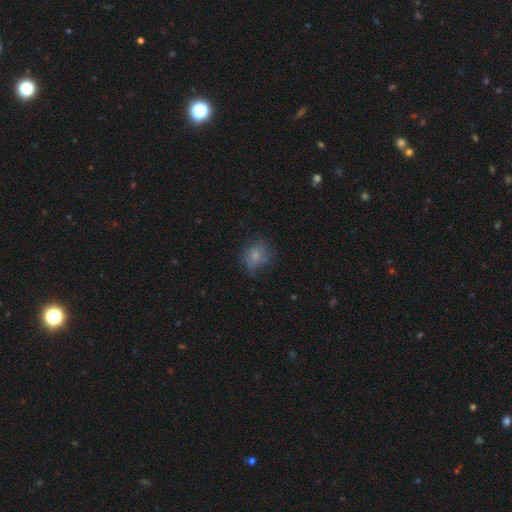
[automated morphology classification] type=smooth (69%); roundness=round (62%); merging=none (55%).